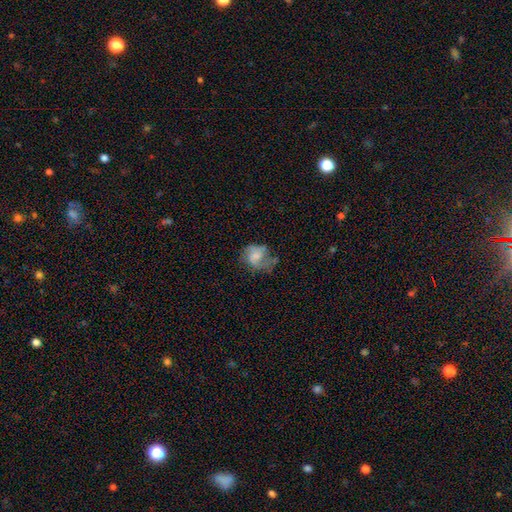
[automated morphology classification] Smooth or featured: smooth — 48% (featured or disk — 43%)
Merging: none — 37% (major disturbance — 31%)